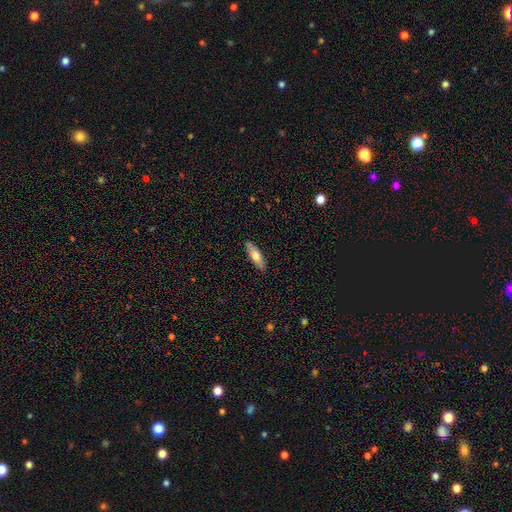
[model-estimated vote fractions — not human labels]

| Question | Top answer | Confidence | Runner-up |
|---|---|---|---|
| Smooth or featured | smooth | 61% | featured or disk (33%) |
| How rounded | cigar-shaped | 51% | in between (47%) |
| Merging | none | 89% | minor disturbance (9%) |